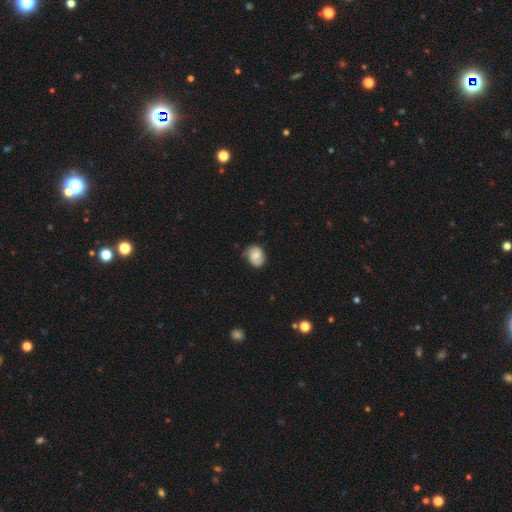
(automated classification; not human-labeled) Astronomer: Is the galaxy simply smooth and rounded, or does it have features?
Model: smooth — 69%.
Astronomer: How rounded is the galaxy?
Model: round — 50% (runner-up: in between, 49%).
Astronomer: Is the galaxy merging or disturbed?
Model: none — 68%.